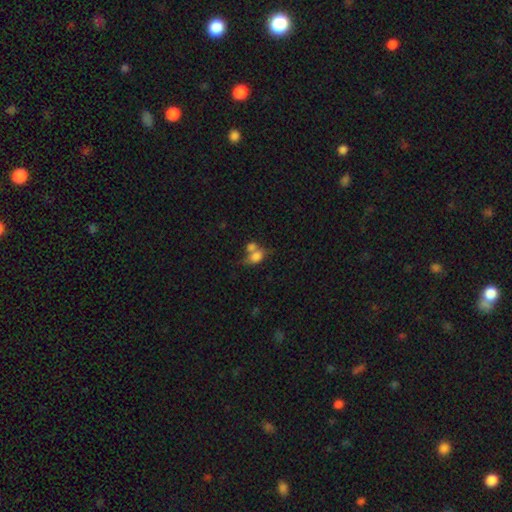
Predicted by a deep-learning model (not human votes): Smooth or featured? smooth (76%)
How rounded? in between (73%)
Merging? merger (53%)